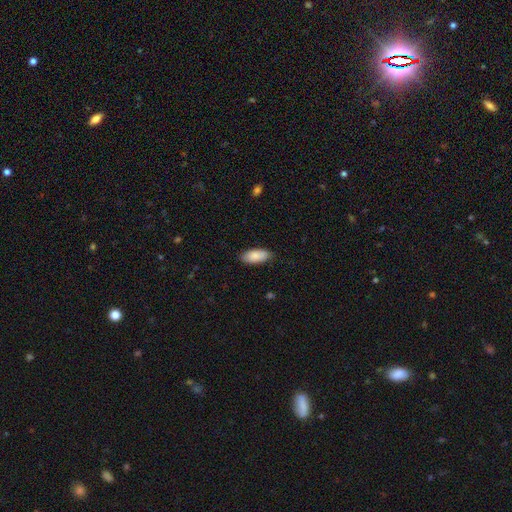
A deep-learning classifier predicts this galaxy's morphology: smooth-or-featured: smooth: 88% | featured or disk: 6% | star or artifact: 6%
  how-rounded: in between: 87% | cigar-shaped: 11% | round: 2%
  merging: none: 85% | minor disturbance: 11% | major disturbance: 2% | merger: 1%